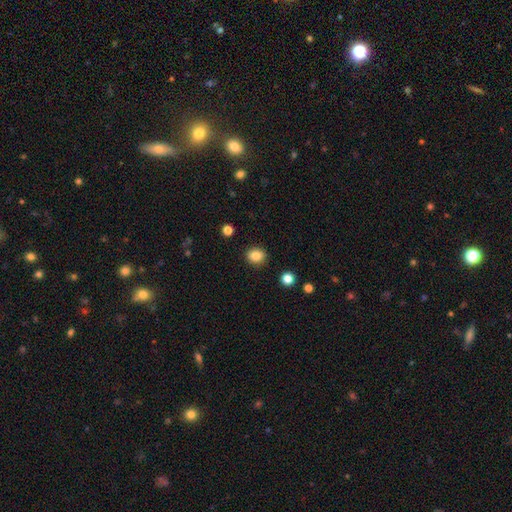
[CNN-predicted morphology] Smooth or featured?
  - smooth: 86% *
  - star or artifact: 10%
  - featured or disk: 4%
How rounded?
  - round: 72% *
  - in between: 27%
  - cigar-shaped: 1%
Merging?
  - none: 90% *
  - minor disturbance: 6%
  - major disturbance: 2%
  - merger: 1%